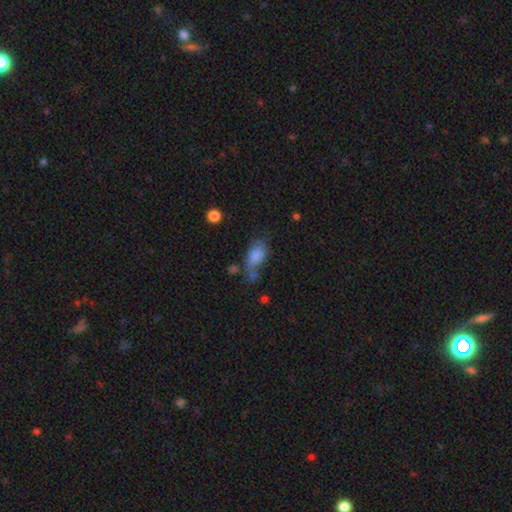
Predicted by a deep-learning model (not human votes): A smooth galaxy with no disk features (75%) that is in between round and cigar-shaped (85%). Merging: none (46%).